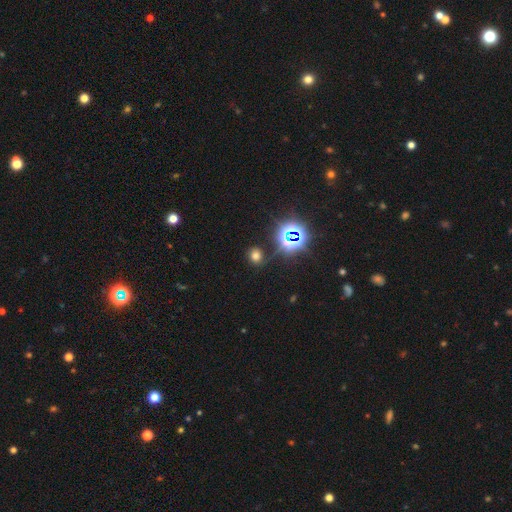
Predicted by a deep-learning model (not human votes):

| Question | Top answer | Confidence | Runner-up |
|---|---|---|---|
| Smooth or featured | smooth | 60% | star or artifact (33%) |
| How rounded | round | 74% | in between (25%) |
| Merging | none | 82% | minor disturbance (11%) |